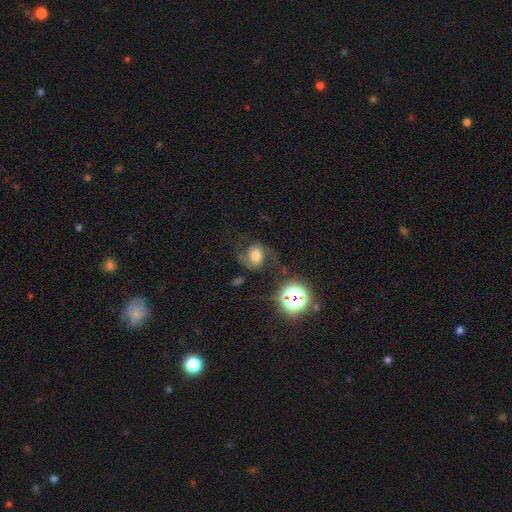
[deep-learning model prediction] smooth-or-featured: featured or disk: 62% | smooth: 23% | star or artifact: 15%
  disk-edge-on: no: 97% | yes: 3%
    bar: no: 57% | weak: 31% | strong: 12%
    has-spiral-arms: yes: 92% | no: 8%
      spiral-winding: loose: 49% | medium: 42% | tight: 9%
      spiral-arm-count: 2: 90% | 1: 4% | can't tell: 3% | 3: 1% | 4: 1% | more than 4: 1%
    bulge-size: moderate: 47% | large: 29% | small: 12% | dominant: 8% | none: 3%
  merging: none: 63% | major disturbance: 17% | minor disturbance: 17% | merger: 3%